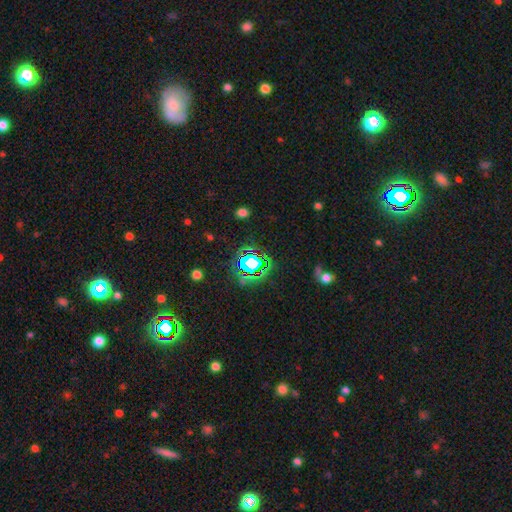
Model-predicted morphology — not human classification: Smooth or featured? star or artifact (65%)